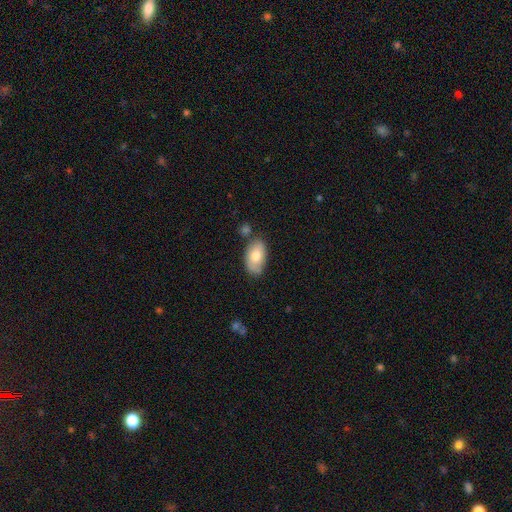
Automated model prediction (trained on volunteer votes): smooth_or_featured: smooth (p=0.77) [alt: featured or disk p=0.17]
how_rounded: in between (p=0.93) [alt: round p=0.05]
merging: none (p=0.68) [alt: minor disturbance p=0.19]